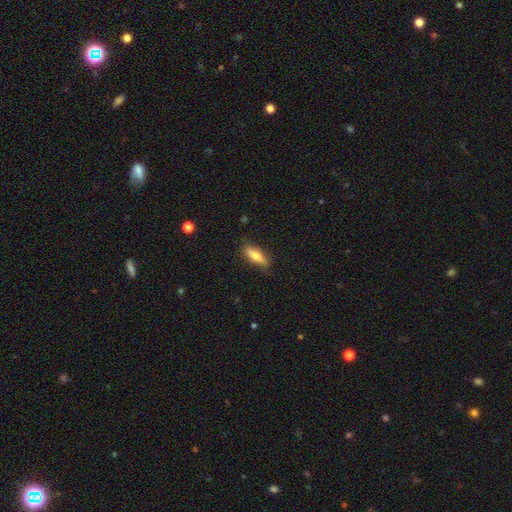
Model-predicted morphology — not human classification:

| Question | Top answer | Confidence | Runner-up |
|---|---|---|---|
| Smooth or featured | smooth | 52% | featured or disk (42%) |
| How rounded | cigar-shaped | 58% | in between (39%) |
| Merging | none | 82% | minor disturbance (14%) |